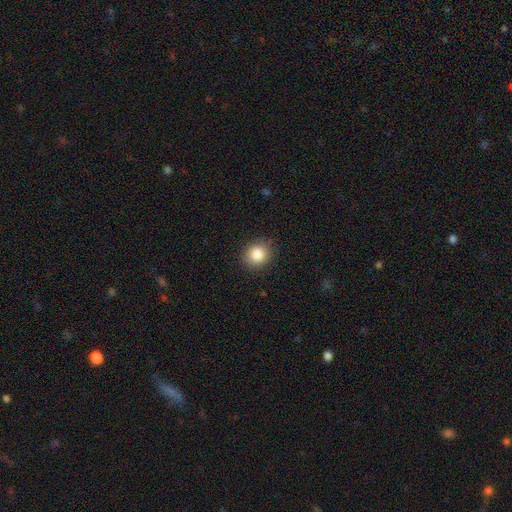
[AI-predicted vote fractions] Smooth or featured?
  - smooth: 85% *
  - star or artifact: 10%
  - featured or disk: 5%
How rounded?
  - round: 78% *
  - in between: 21%
  - cigar-shaped: 1%
Merging?
  - none: 88% *
  - minor disturbance: 9%
  - major disturbance: 2%
  - merger: 1%